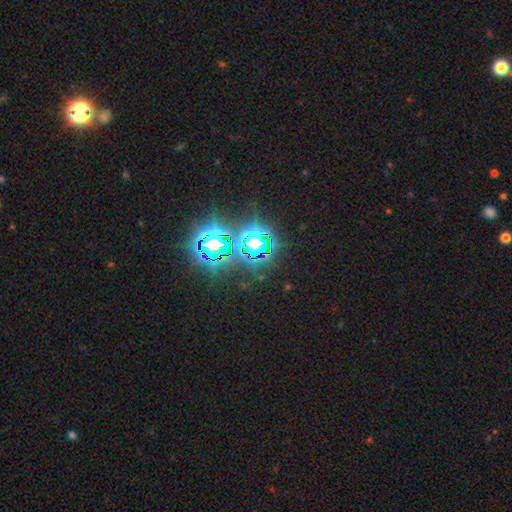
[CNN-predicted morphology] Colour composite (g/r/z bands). It shows a star or artifact, not a galaxy (77%).